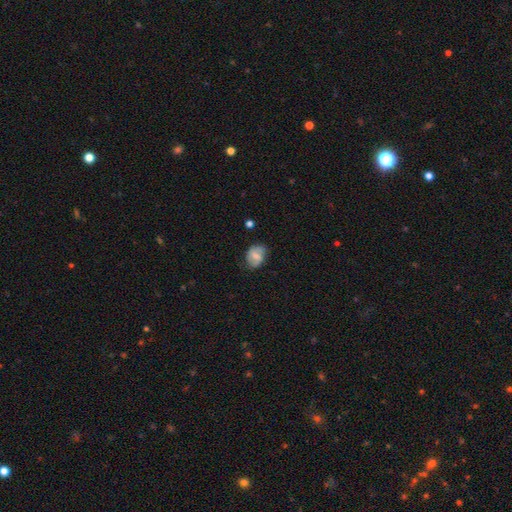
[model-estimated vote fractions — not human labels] This appears to be a smooth galaxy with no disk features (48%). Merging: none (68%).